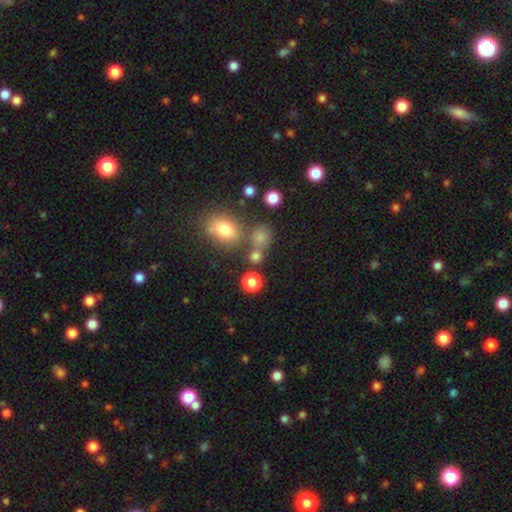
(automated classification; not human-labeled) This appears to be a smooth galaxy with no disk features (74%) that is round (75%). Merging: none (61%).